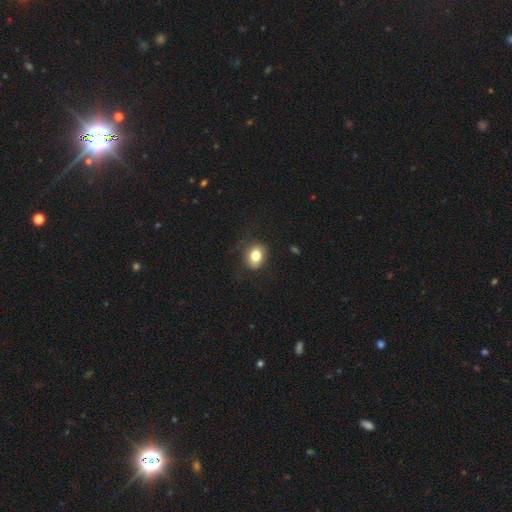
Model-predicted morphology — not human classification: Smooth or featured: smooth — 80% (featured or disk — 11%)
How rounded: round — 56% (in between — 43%)
Merging: none — 79% (minor disturbance — 15%)